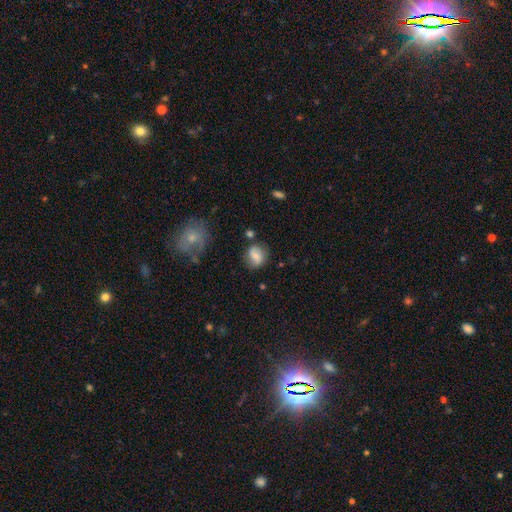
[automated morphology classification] type=smooth (65%); roundness=round (65%); merging=none (70%).